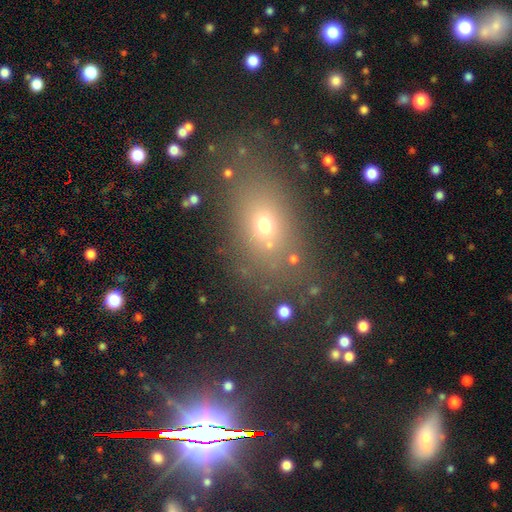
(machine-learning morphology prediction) smooth-or-featured: smooth: 49% | star or artifact: 34% | featured or disk: 17%
  merging: none: 80% | minor disturbance: 11% | major disturbance: 6% | merger: 3%